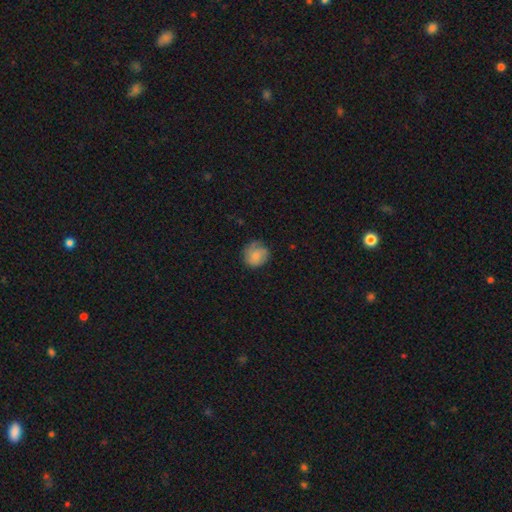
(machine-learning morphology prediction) Smooth or featured: smooth — 63% (featured or disk — 29%)
How rounded: round — 84% (in between — 15%)
Merging: none — 69% (minor disturbance — 22%)